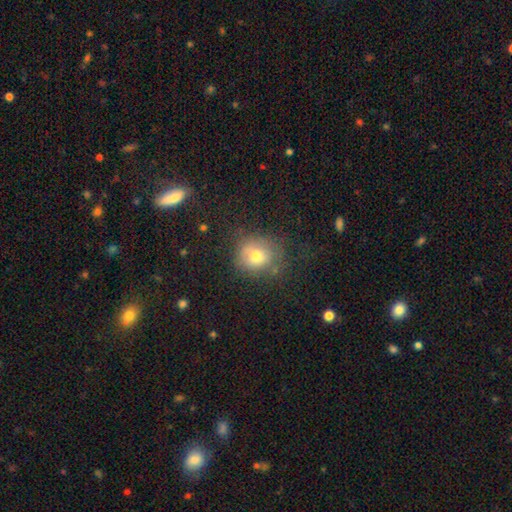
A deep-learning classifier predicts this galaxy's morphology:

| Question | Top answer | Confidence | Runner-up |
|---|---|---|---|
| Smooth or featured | smooth | 72% | featured or disk (15%) |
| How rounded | round | 73% | in between (26%) |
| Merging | none | 63% | minor disturbance (22%) |